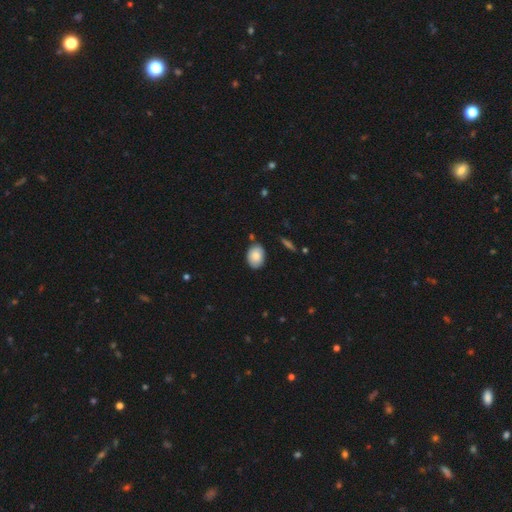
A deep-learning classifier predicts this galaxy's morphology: Smooth or featured?
  - smooth: 84% *
  - featured or disk: 9%
  - star or artifact: 7%
How rounded?
  - in between: 76% *
  - round: 23%
  - cigar-shaped: 1%
Merging?
  - none: 81% *
  - minor disturbance: 14%
  - merger: 3%
  - major disturbance: 2%